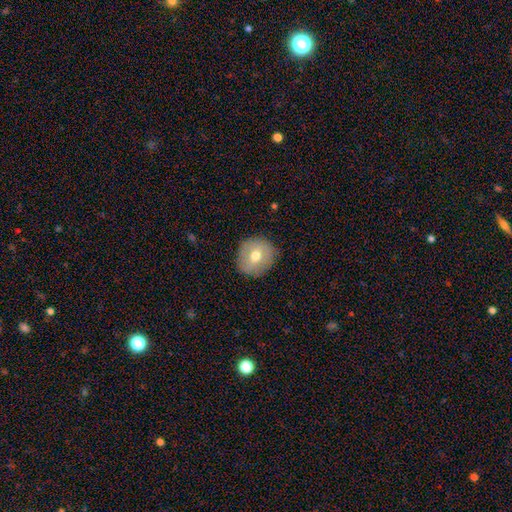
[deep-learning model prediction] smooth_or_featured: smooth (p=0.66) [alt: featured or disk p=0.26]
how_rounded: round (p=0.90) [alt: in between p=0.09]
merging: none (p=0.88) [alt: minor disturbance p=0.09]